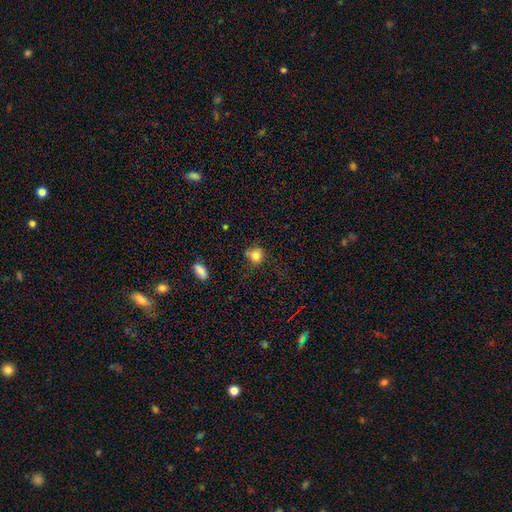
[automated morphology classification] This is clearly a smooth galaxy (80%). How rounded: clearly round (81%). Merging: likely none (63%).